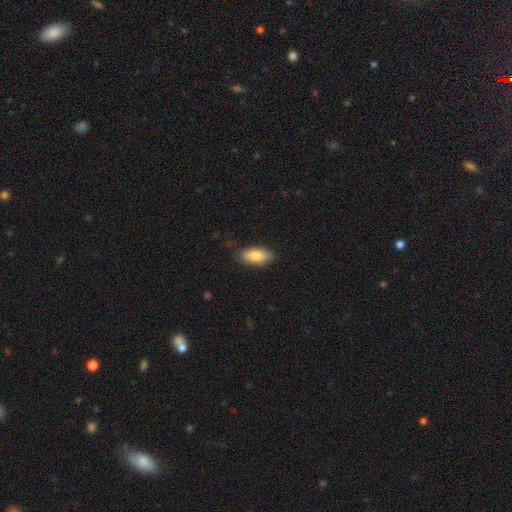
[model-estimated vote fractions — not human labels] smooth 85%, featured or disk 9%, star or artifact 6%. Down the decision tree: how rounded — in between (88%); merging — none (82%).